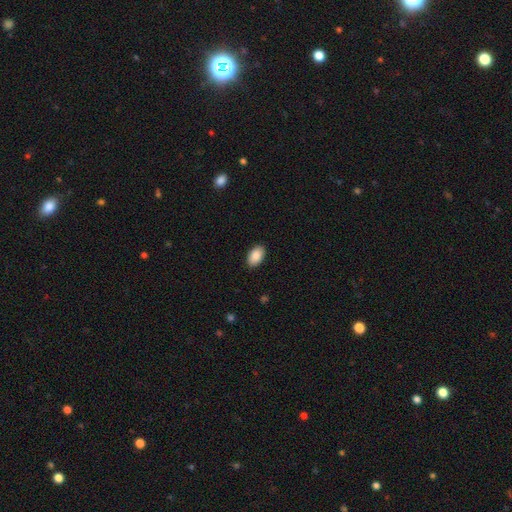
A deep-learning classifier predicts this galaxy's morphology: A smooth galaxy with no disk features (89%) that is in between round and cigar-shaped (93%). Merging: none (90%).